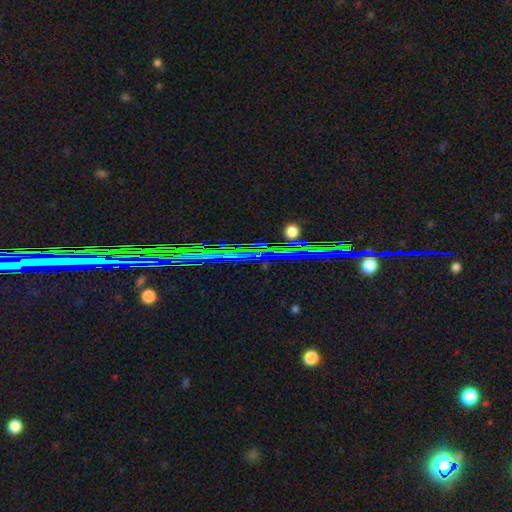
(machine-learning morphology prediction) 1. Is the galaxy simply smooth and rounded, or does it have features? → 84% star or artifact, 9% featured or disk, 7% smooth.